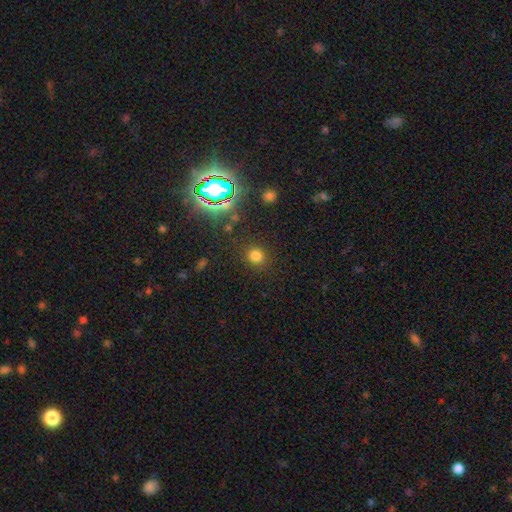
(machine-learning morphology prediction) Smooth or featured: smooth — 74% (star or artifact — 20%)
How rounded: round — 88% (in between — 11%)
Merging: none — 87% (minor disturbance — 7%)